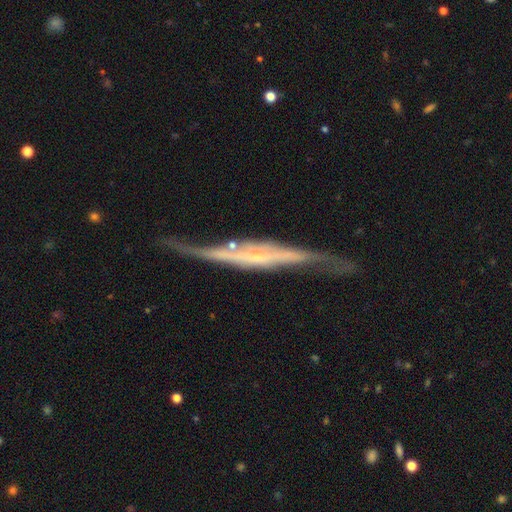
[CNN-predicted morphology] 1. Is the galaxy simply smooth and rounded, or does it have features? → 84% featured or disk, 10% smooth, 6% star or artifact.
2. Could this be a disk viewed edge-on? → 79% yes, 21% no.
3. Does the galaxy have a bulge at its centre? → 43% rounded, 37% none, 20% boxy.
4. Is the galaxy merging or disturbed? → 63% none, 23% minor disturbance, 10% major disturbance, 4% merger.